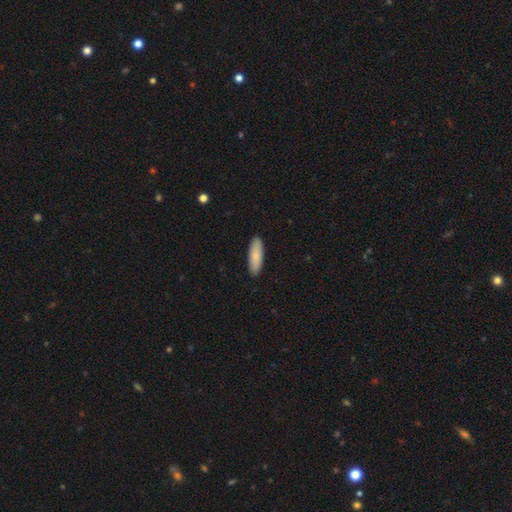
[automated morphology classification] The model was most divided on "how rounded": in between: 52%, cigar-shaped: 46%, round: 2%. More confident: merging — none (90%); smooth or featured — smooth (85%).